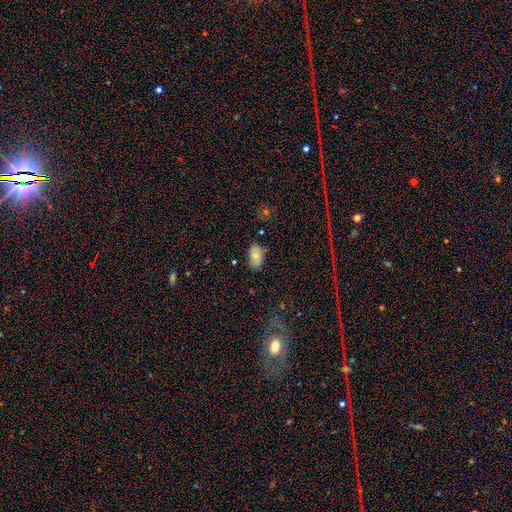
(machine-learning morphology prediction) Q: Smooth or featured?
A: smooth (76%); runner-up: featured or disk (14%)
Q: How rounded?
A: in between (89%); runner-up: round (10%)
Q: Merging?
A: none (74%); runner-up: minor disturbance (20%)